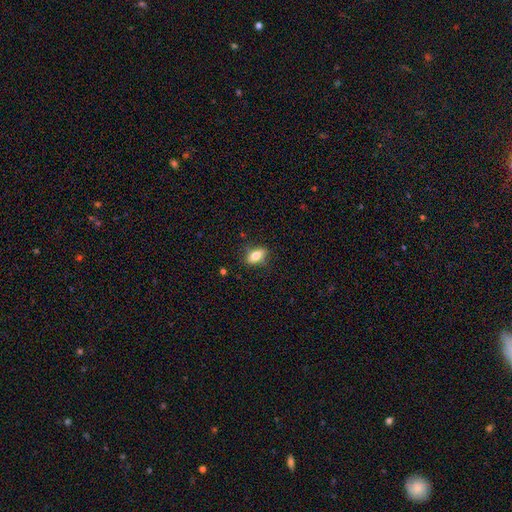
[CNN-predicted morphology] A smooth galaxy with no disk features (72%) that is in between round and cigar-shaped (80%).

Vote fractions:
- Smooth or featured? smooth: 72% / featured or disk: 20% / star or artifact: 8%
- How rounded? in between: 80% / cigar-shaped: 13% / round: 7%
- Merging? none: 78% / minor disturbance: 17% / major disturbance: 4% / merger: 2%